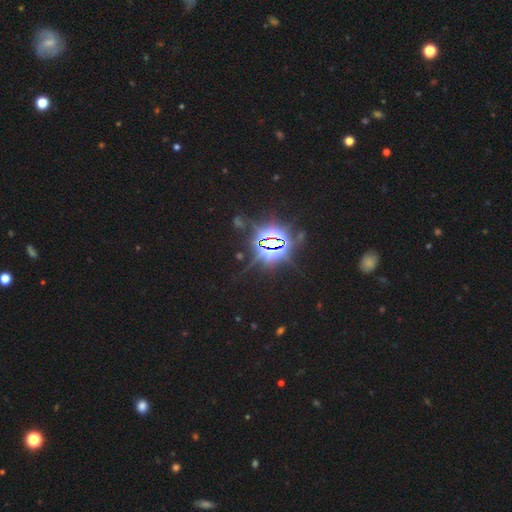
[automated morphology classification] Smooth or featured?
  - star or artifact: 86% *
  - smooth: 7%
  - featured or disk: 6%